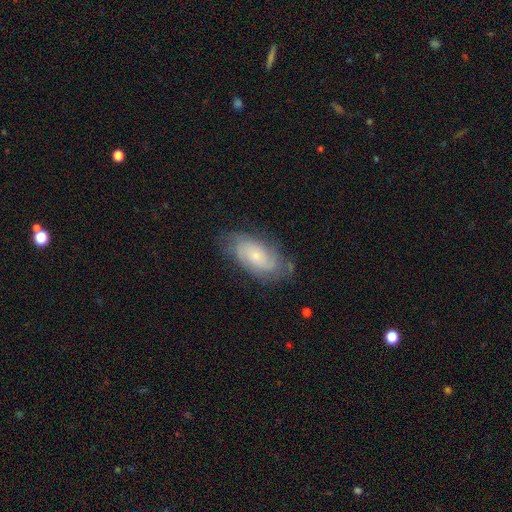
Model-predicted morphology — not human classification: The model was most divided on "spiral arm count": can't tell: 42%, 2: 37%, 3: 10%, 4: 4%, 1: 4%, more than 4: 3%. More confident: edge-on disk — no (93%); spiral arms — yes (88%); bar — no (73%); merging — none (70%); bulge size — small (68%); smooth or featured — featured or disk (65%); spiral winding — tight (53%).